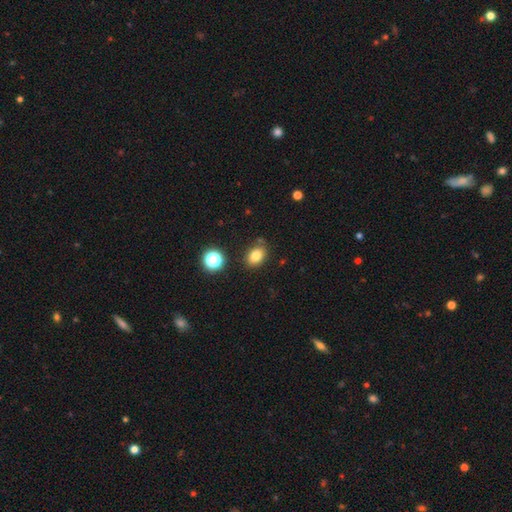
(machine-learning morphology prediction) A smooth galaxy with no disk features (81%) that is in between round and cigar-shaped (72%).

Vote fractions:
- Smooth or featured? smooth: 81% / star or artifact: 12% / featured or disk: 7%
- How rounded? in between: 72% / round: 27% / cigar-shaped: 1%
- Merging? none: 79% / minor disturbance: 13% / merger: 5% / major disturbance: 3%